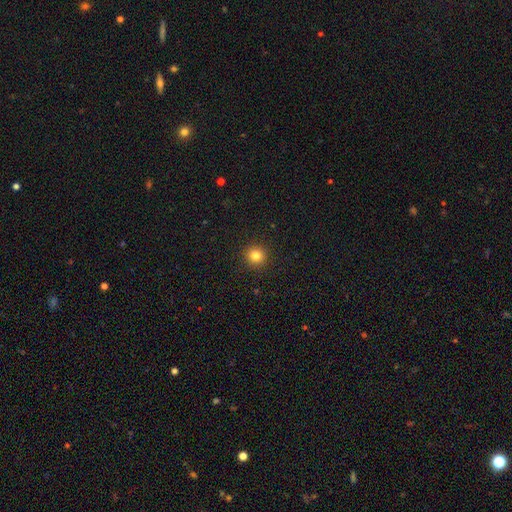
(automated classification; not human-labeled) smooth 82%, star or artifact 13%, featured or disk 5%. Down the decision tree: how rounded — round (94%); merging — none (93%).